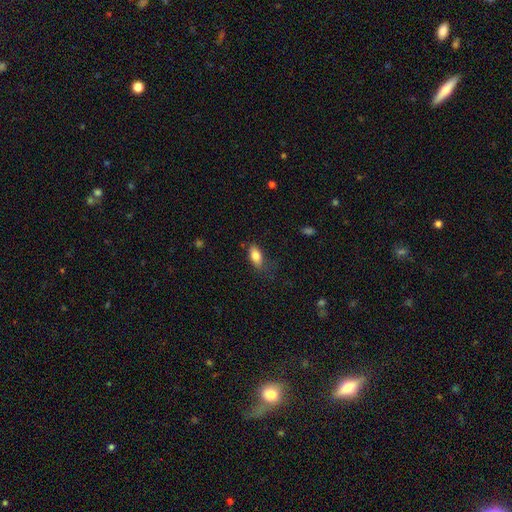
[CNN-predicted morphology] smooth-or-featured: smooth: 82% | featured or disk: 10% | star or artifact: 8%
  how-rounded: in between: 88% | cigar-shaped: 8% | round: 4%
  merging: none: 66% | minor disturbance: 23% | major disturbance: 8% | merger: 2%